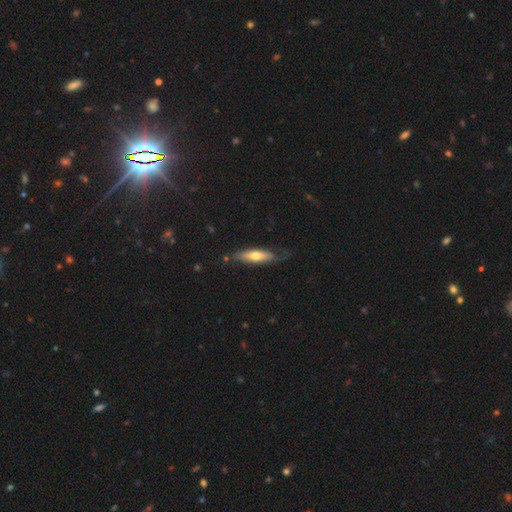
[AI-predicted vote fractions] smooth_or_featured: smooth (p=0.55) [alt: featured or disk p=0.39]
how_rounded: cigar-shaped (p=0.63) [alt: in between p=0.35]
merging: none (p=0.65) [alt: minor disturbance p=0.26]